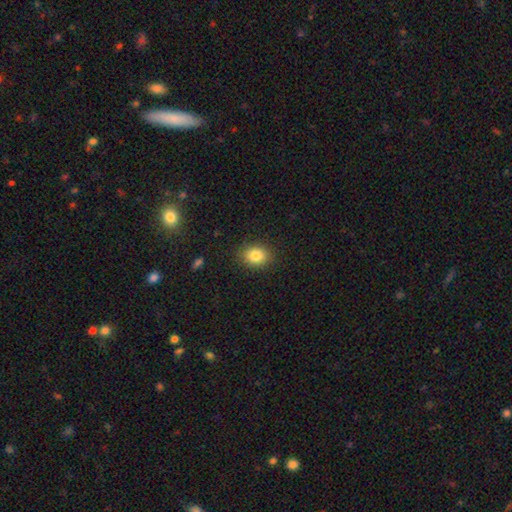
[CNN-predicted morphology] Smooth or featured: smooth — 84% (star or artifact — 10%)
How rounded: in between — 56% (round — 43%)
Merging: none — 87% (minor disturbance — 9%)